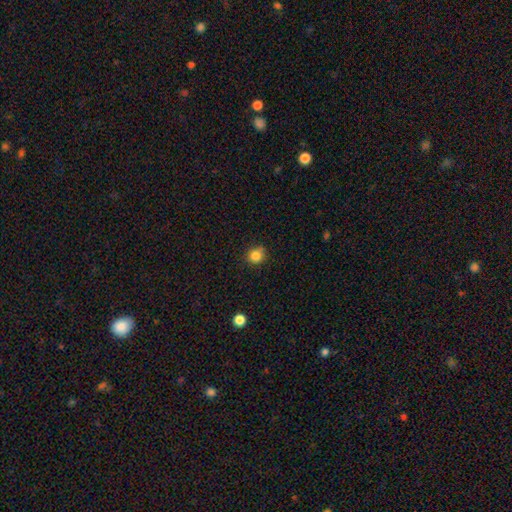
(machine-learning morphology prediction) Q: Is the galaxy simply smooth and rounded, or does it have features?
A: smooth — 84%.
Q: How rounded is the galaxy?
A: round — 89%.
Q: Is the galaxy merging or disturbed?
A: none — 80%.